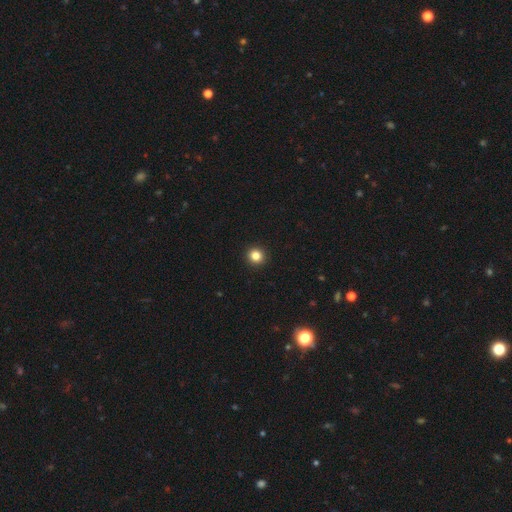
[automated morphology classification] Overall: smooth (84%). How rounded: round (93%). Merging: none (93%).